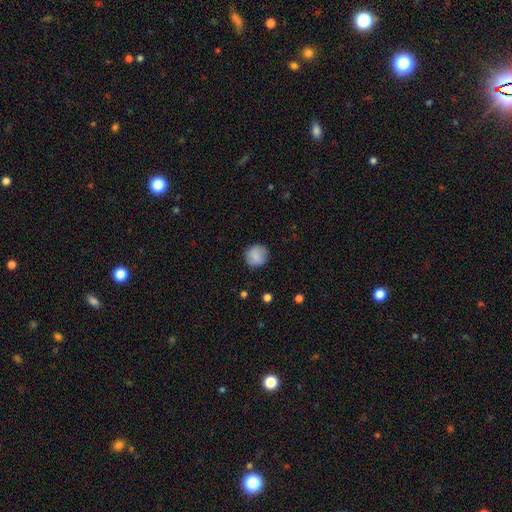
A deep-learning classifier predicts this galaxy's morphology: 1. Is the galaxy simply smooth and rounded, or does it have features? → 83% smooth, 9% featured or disk, 8% star or artifact.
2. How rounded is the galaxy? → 90% round, 9% in between, 1% cigar-shaped.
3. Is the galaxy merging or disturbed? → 84% none, 11% minor disturbance, 3% major disturbance, 1% merger.